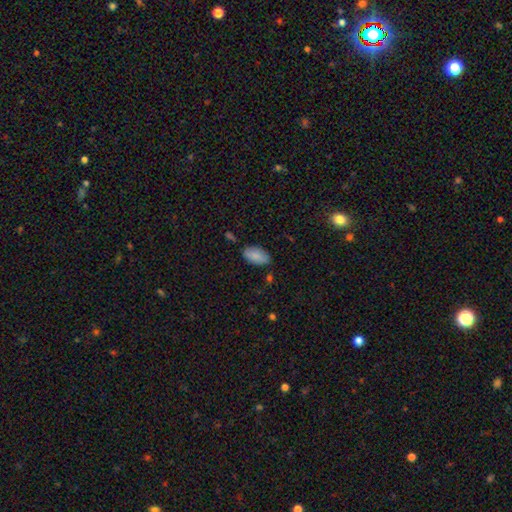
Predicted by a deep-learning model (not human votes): Smooth or featured? smooth (85%)
How rounded? in between (95%)
Merging? none (79%)